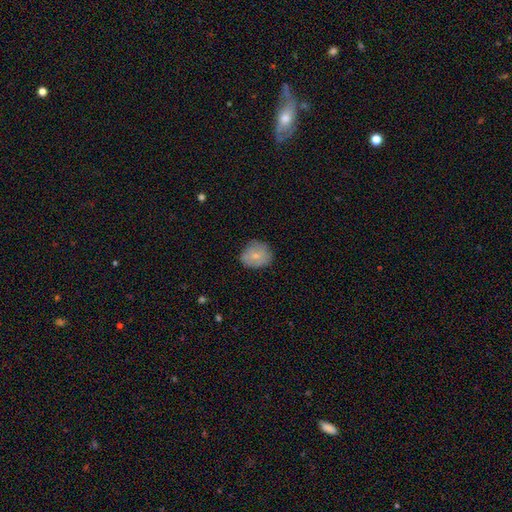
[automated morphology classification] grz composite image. It shows a smooth galaxy with no disk features (75%) that is round (73%). Merging: none (74%).